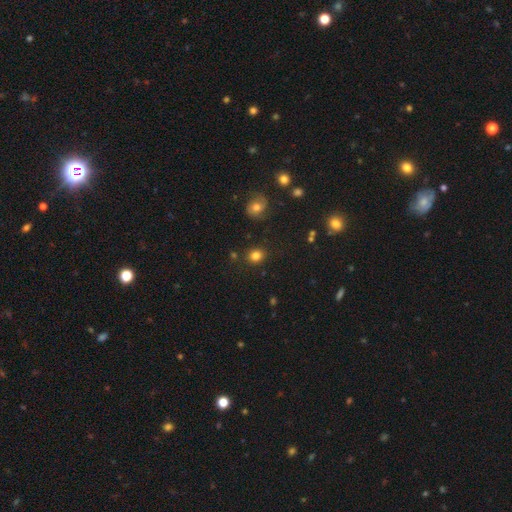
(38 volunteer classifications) Q: Smooth or featured?
A: smooth (89%); runner-up: featured or disk (8%)
Q: How rounded?
A: round (76%); runner-up: in between (24%)
Q: Merging?
A: none (86%); runner-up: minor disturbance (8%)